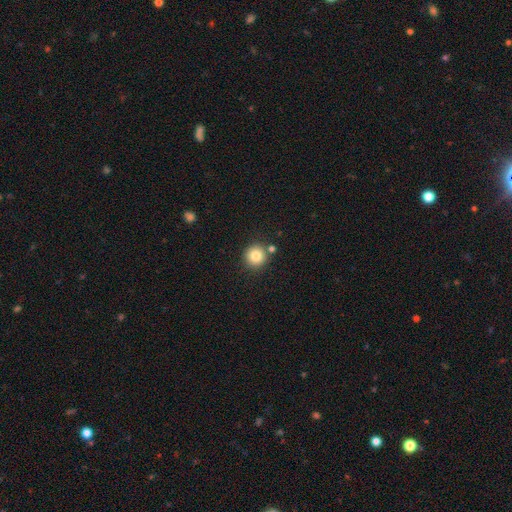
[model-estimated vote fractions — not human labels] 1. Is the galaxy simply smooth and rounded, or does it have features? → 83% smooth, 10% star or artifact, 6% featured or disk.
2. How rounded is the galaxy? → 93% round, 6% in between, 1% cigar-shaped.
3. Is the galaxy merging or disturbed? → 80% none, 10% merger, 8% minor disturbance, 2% major disturbance.